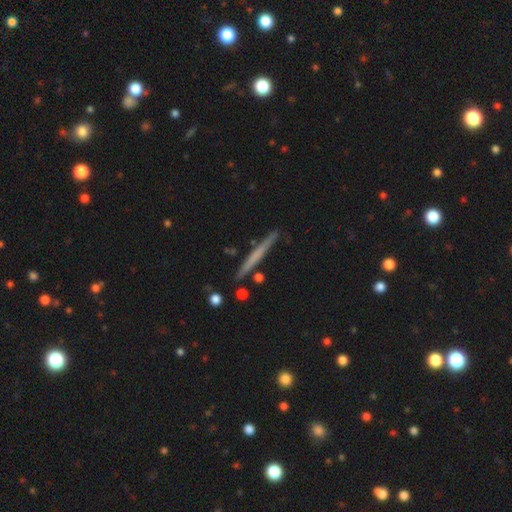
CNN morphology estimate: Smooth or featured: featured or disk — 50% (smooth — 44%)
Edge-on disk: yes — 97% (no — 3%)
Merging: none — 89% (minor disturbance — 7%)